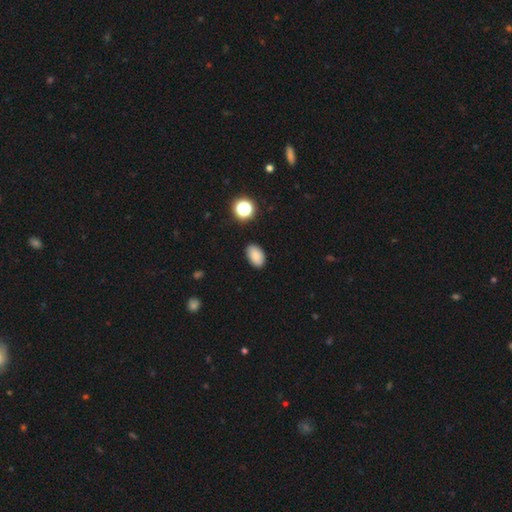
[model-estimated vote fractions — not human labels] smooth-or-featured: smooth: 84% | star or artifact: 10% | featured or disk: 6%
  how-rounded: in between: 91% | round: 8% | cigar-shaped: 1%
  merging: none: 87% | minor disturbance: 10% | major disturbance: 2% | merger: 1%